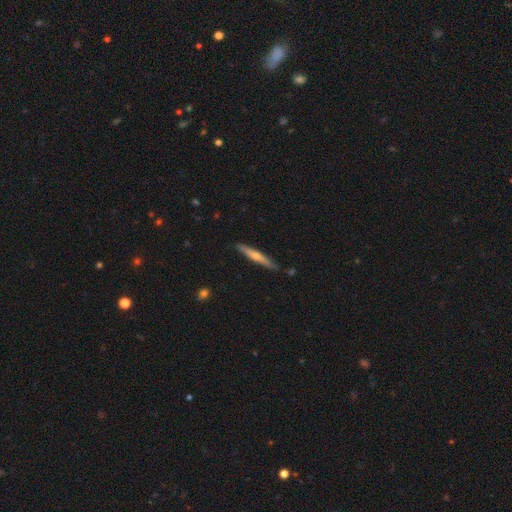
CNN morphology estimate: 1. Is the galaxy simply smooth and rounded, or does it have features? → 48% featured or disk, 46% smooth, 5% star or artifact.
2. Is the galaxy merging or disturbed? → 85% none, 11% minor disturbance, 2% merger, 2% major disturbance.